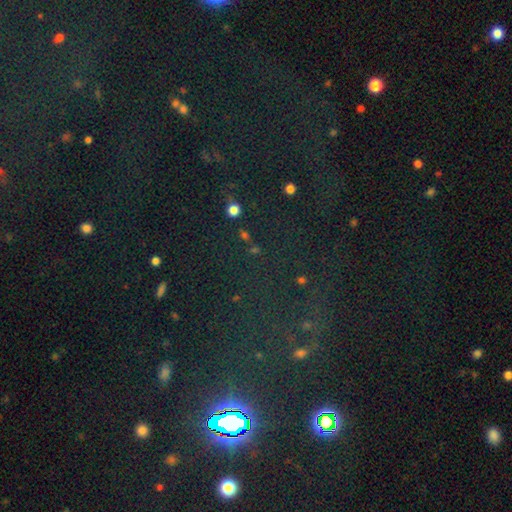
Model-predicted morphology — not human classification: The model was most divided on "smooth or featured": star or artifact: 75%, smooth: 16%, featured or disk: 9%.